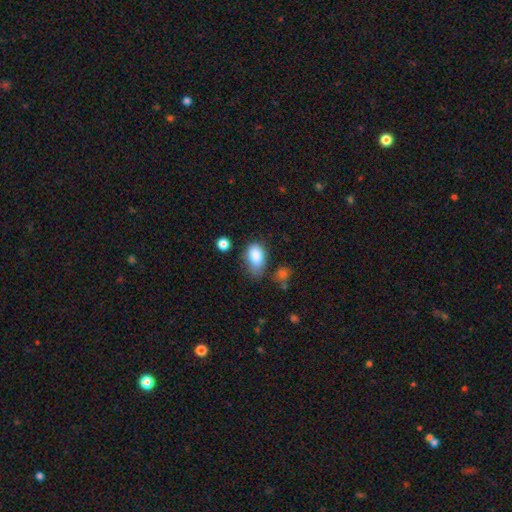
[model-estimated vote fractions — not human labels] The model was most divided on "merging": none: 42%, minor disturbance: 38%, major disturbance: 14%, merger: 6%. More confident: how rounded — in between (89%); smooth or featured — smooth (84%).